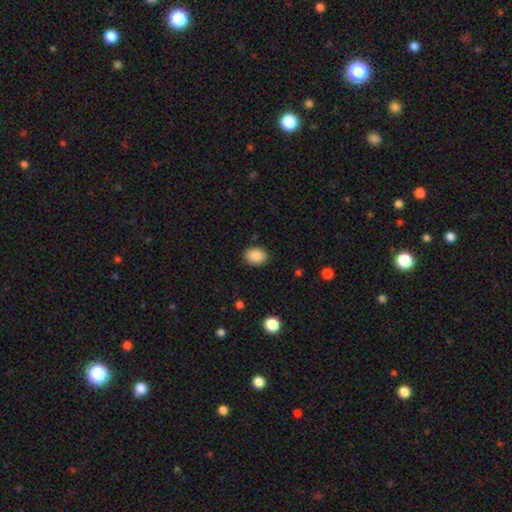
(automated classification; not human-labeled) This is clearly a smooth galaxy (88%). How rounded: likely in between (63%). Merging: clearly none (88%).